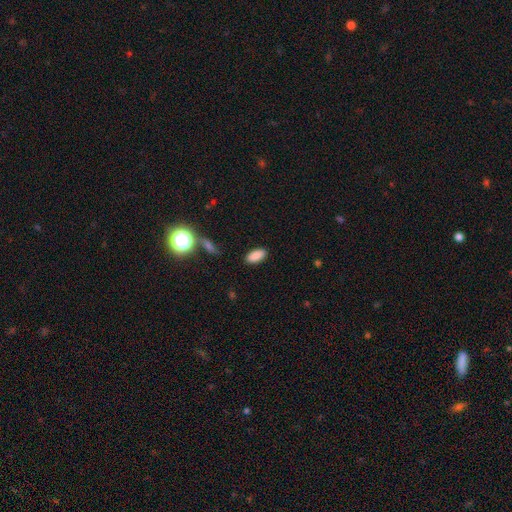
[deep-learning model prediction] smooth_or_featured: smooth (p=0.87) [alt: star or artifact p=0.08]
how_rounded: in between (p=0.91) [alt: cigar-shaped p=0.06]
merging: none (p=0.87) [alt: minor disturbance p=0.08]